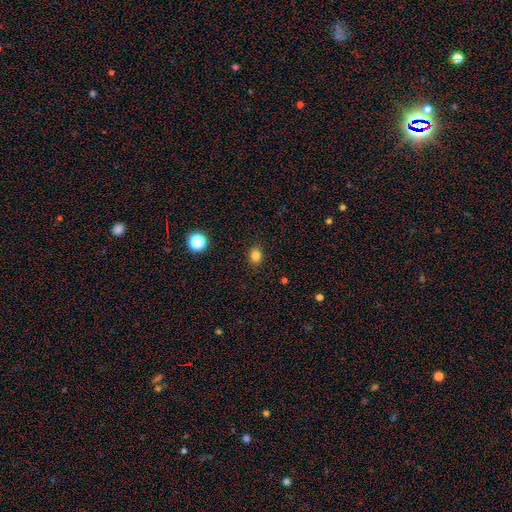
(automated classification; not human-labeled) Overall: smooth (82%). How rounded: round (64%; in between 35%). Merging: none (89%).